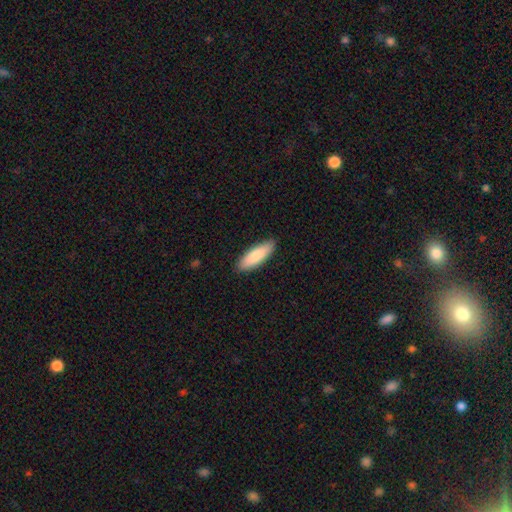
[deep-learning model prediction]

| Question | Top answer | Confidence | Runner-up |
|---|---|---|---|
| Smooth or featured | smooth | 85% | featured or disk (10%) |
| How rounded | in between | 51% | cigar-shaped (48%) |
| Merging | none | 88% | minor disturbance (9%) |